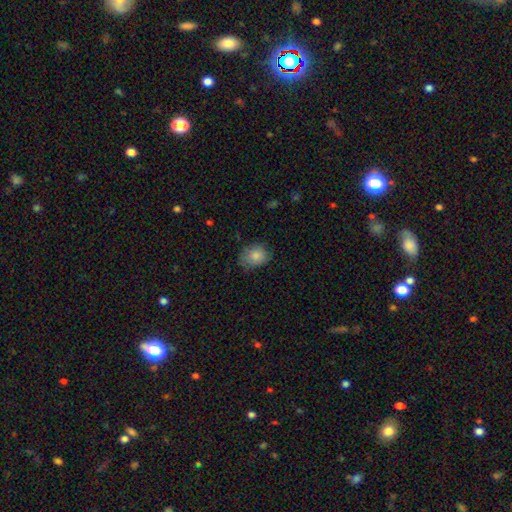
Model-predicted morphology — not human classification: Smooth or featured?
  - smooth: 83% *
  - featured or disk: 9%
  - star or artifact: 8%
How rounded?
  - in between: 58% *
  - round: 41%
  - cigar-shaped: 1%
Merging?
  - none: 68% *
  - minor disturbance: 25%
  - major disturbance: 6%
  - merger: 1%